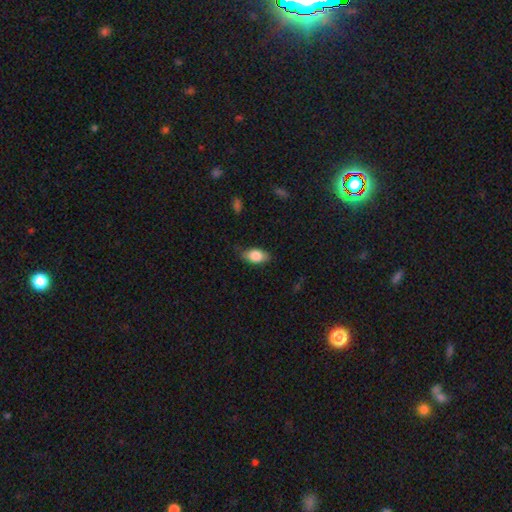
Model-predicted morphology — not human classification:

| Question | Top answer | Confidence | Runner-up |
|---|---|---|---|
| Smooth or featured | smooth | 82% | featured or disk (11%) |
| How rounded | in between | 90% | round (6%) |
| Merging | none | 78% | minor disturbance (18%) |